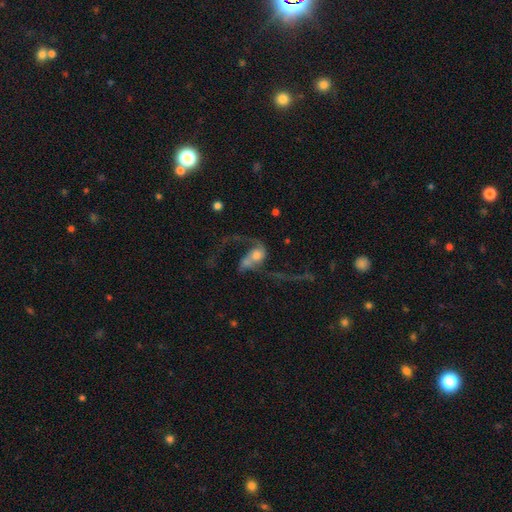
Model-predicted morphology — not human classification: smooth-or-featured: featured or disk: 78% | smooth: 13% | star or artifact: 9%
  disk-edge-on: no: 96% | yes: 4%
    bar: no: 56% | weak: 30% | strong: 14%
    has-spiral-arms: yes: 89% | no: 11%
      spiral-winding: loose: 84% | medium: 13% | tight: 3%
      spiral-arm-count: 2: 85% | 1: 8% | can't tell: 3% | 3: 2% | 4: 1% | more than 4: 1%
    bulge-size: moderate: 49% | small: 24% | large: 17% | none: 7% | dominant: 4%
  merging: major disturbance: 37% | none: 35% | merger: 16% | minor disturbance: 11%